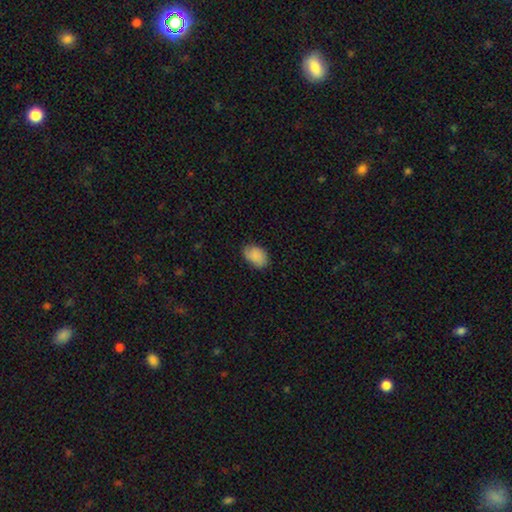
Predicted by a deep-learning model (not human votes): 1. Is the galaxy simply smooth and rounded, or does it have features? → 86% smooth, 7% featured or disk, 7% star or artifact.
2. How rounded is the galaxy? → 83% in between, 16% round, 1% cigar-shaped.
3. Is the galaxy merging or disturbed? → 72% none, 23% minor disturbance, 4% major disturbance, 1% merger.